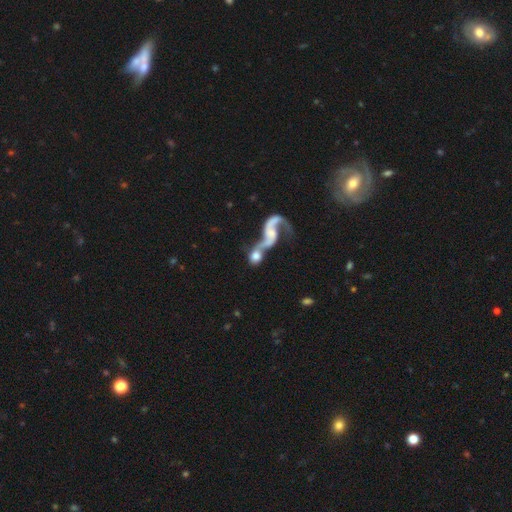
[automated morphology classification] Smooth or featured?
  - featured or disk: 49% *
  - smooth: 42%
  - star or artifact: 9%
Merging?
  - merger: 69% *
  - none: 17%
  - major disturbance: 9%
  - minor disturbance: 6%